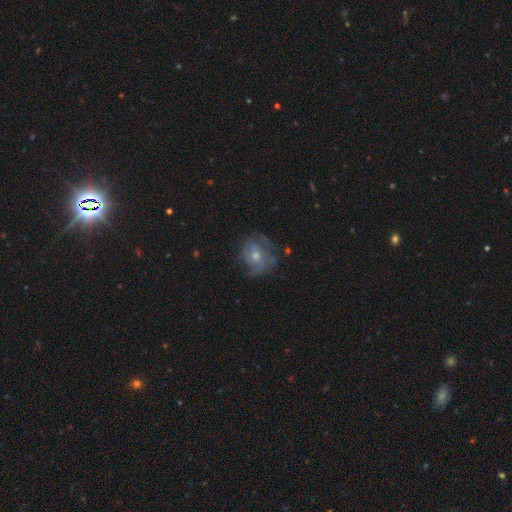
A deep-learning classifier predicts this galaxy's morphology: This is possibly a featured or disk galaxy (55%). It is clearly not viewed edge-on (96%). Bar: likely no (77%). Spiral arm pattern: likely yes (71%). Central bulge: possibly moderate (50%). Merging: likely none (65%).